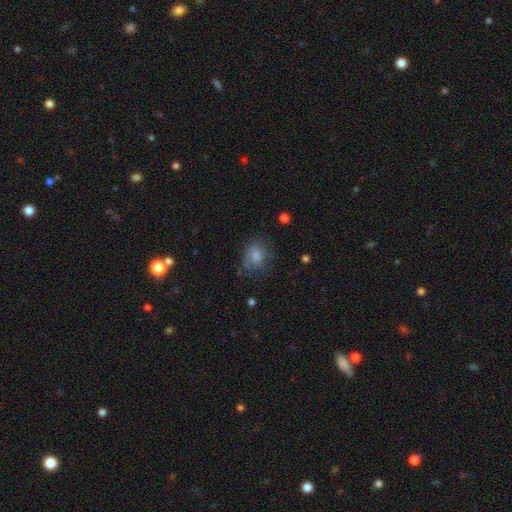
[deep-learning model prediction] smooth-or-featured: smooth: 77% | featured or disk: 12% | star or artifact: 10%
  how-rounded: in between: 57% | round: 42% | cigar-shaped: 1%
  merging: none: 57% | minor disturbance: 26% | major disturbance: 14% | merger: 3%